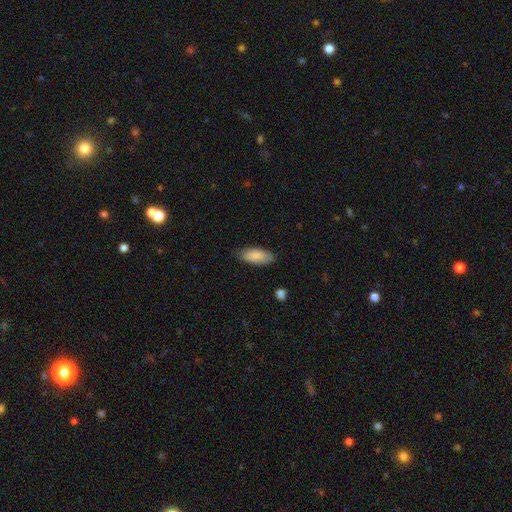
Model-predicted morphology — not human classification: Smooth or featured?
  - smooth: 86% *
  - featured or disk: 8%
  - star or artifact: 6%
How rounded?
  - in between: 82% *
  - cigar-shaped: 17%
  - round: 2%
Merging?
  - none: 81% *
  - minor disturbance: 15%
  - major disturbance: 3%
  - merger: 1%